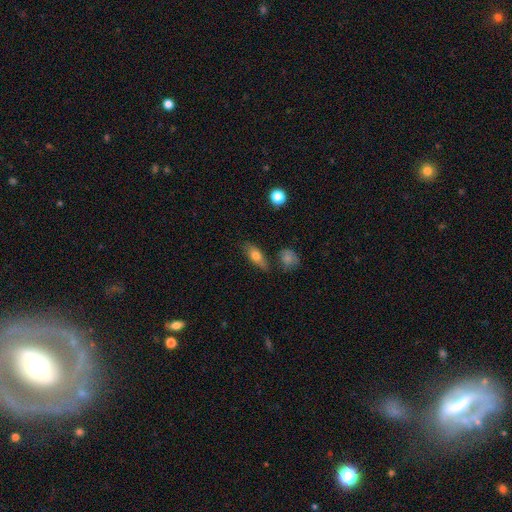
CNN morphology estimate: Overall: smooth (70%). How rounded: in between (69%). Merging: none (71%).